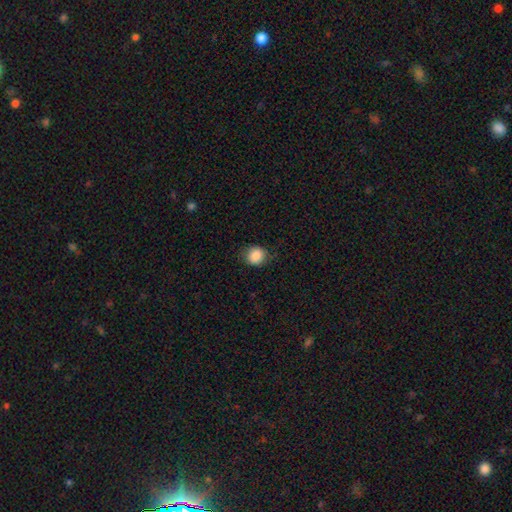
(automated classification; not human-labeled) This appears to be a smooth galaxy with no disk features (87%) that is round (81%). Merging: none (82%).